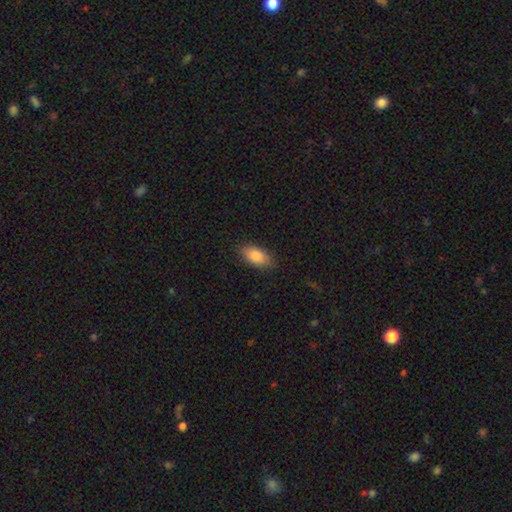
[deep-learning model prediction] Q: Smooth or featured?
A: smooth (86%); runner-up: featured or disk (7%)
Q: How rounded?
A: in between (91%); runner-up: cigar-shaped (6%)
Q: Merging?
A: none (84%); runner-up: minor disturbance (12%)